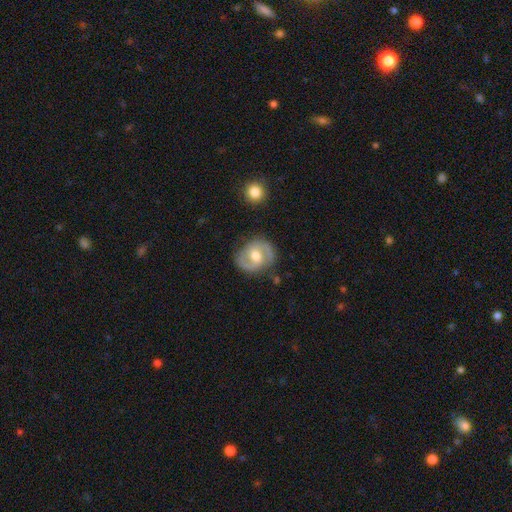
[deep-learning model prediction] A featured or disk galaxy (81%) with a weak bar (47%), 2 (90%) medium (55%) spiral arms (93%) and a moderate central bulge (75%).

Vote fractions:
- Smooth or featured? featured or disk: 81% / smooth: 14% / star or artifact: 5%
- Edge-on disk? no: 98% / yes: 2%
- Bar? weak: 47% / no: 40% / strong: 14%
- Spiral arms? yes: 93% / no: 7%
- Spiral winding? medium: 55% / tight: 28% / loose: 17%
- Spiral arm count? 2: 90% / can't tell: 4% / 1: 2% / 3: 1% / 4: 1% / more than 4: 1%
- Bulge size? moderate: 75% / small: 16% / large: 7% / none: 1% / dominant: 1%
- Merging? none: 79% / minor disturbance: 15% / major disturbance: 4% / merger: 2%